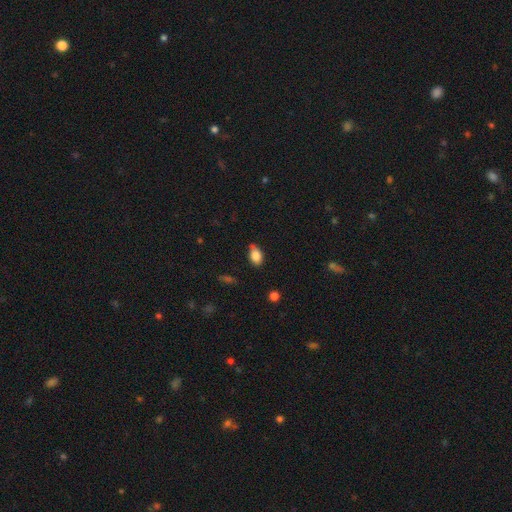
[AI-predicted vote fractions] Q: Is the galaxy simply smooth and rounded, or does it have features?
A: smooth — 83%.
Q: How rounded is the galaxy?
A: in between — 85%.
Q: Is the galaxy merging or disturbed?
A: none — 62%.